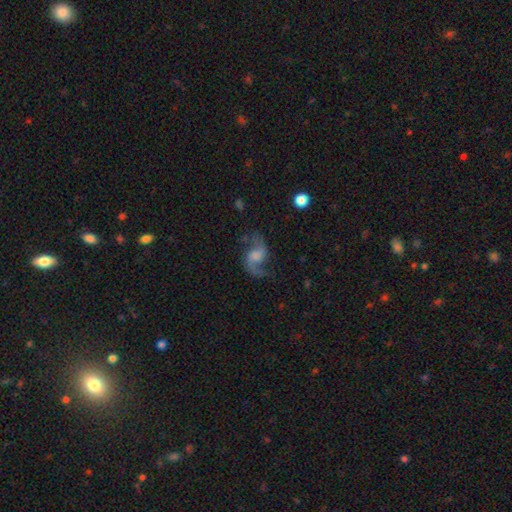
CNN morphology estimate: Smooth or featured?
  - featured or disk: 83% *
  - smooth: 11%
  - star or artifact: 7%
Edge-on disk?
  - no: 98% *
  - yes: 2%
Bar?
  - no: 51% *
  - weak: 40%
  - strong: 9%
Spiral arms?
  - yes: 96% *
  - no: 4%
Spiral winding?
  - loose: 73% *
  - medium: 23%
  - tight: 4%
Spiral arm count?
  - 2: 91% *
  - 1: 4%
  - can't tell: 2%
  - 3: 1%
  - 4: 1%
  - more than 4: 1%
Bulge size?
  - moderate: 29% *
  - none: 27%
  - large: 20%
  - small: 20%
  - dominant: 3%
Merging?
  - none: 69% *
  - minor disturbance: 17%
  - major disturbance: 12%
  - merger: 2%